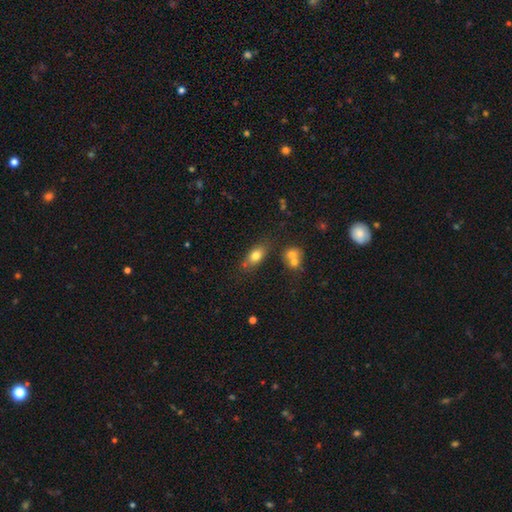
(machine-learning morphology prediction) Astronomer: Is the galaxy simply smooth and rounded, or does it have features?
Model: smooth — 76%.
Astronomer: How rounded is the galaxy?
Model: in between — 80%.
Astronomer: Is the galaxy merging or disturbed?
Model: none — 67%.